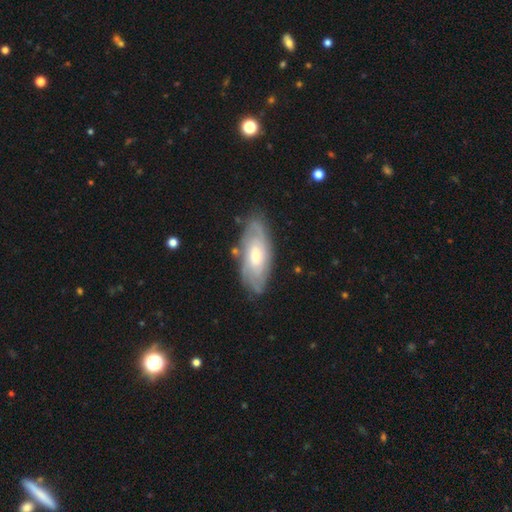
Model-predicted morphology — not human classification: Smooth or featured? featured or disk (68%)
Edge-on disk? no (87%)
Bar? no (62%)
Spiral arms? yes (85%)
Spiral winding? tight (64%)
Spiral arm count? can't tell (53%)
Bulge size? moderate (57%)
Merging? none (79%)